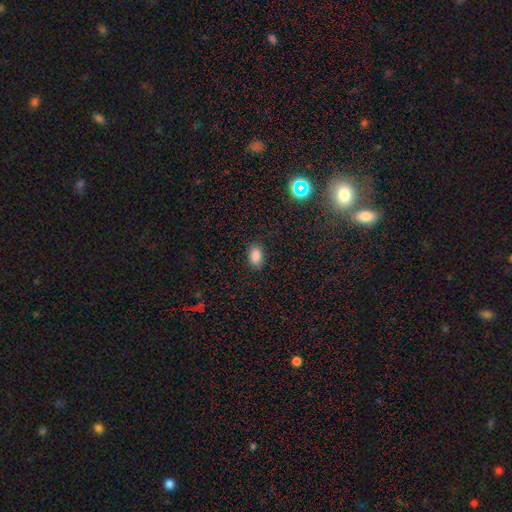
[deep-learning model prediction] Morphology: type=smooth (86%); roundness=in between (84%); merging=none (85%).